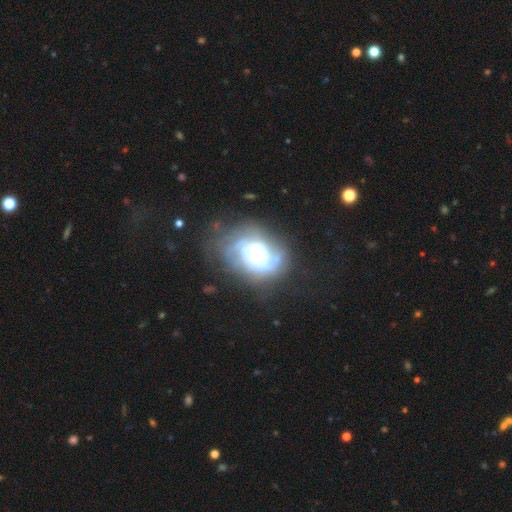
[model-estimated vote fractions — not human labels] featured or disk 71%, smooth 20%, star or artifact 9%. Down the decision tree: edge-on disk — no (97%); bar — no (68%); spiral arms — yes (83%); spiral arm count — can't tell (37%); spiral winding — tight (44%); bulge size — large (47%); merging — none (51%).